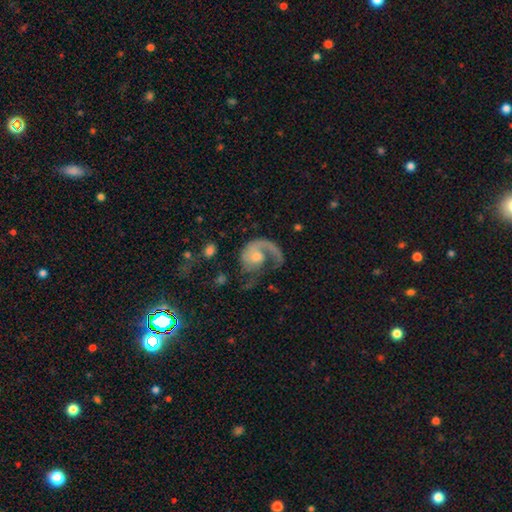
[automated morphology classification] Q: Smooth or featured?
A: featured or disk (79%); runner-up: smooth (14%)
Q: Edge-on disk?
A: no (98%); runner-up: yes (2%)
Q: Bar?
A: no (76%); runner-up: weak (20%)
Q: Spiral arms?
A: yes (92%); runner-up: no (8%)
Q: Spiral winding?
A: loose (39%); runner-up: medium (36%)
Q: Spiral arm count?
A: 1 (84%); runner-up: 2 (9%)
Q: Bulge size?
A: moderate (52%); runner-up: small (34%)
Q: Merging?
A: major disturbance (41%); runner-up: none (40%)